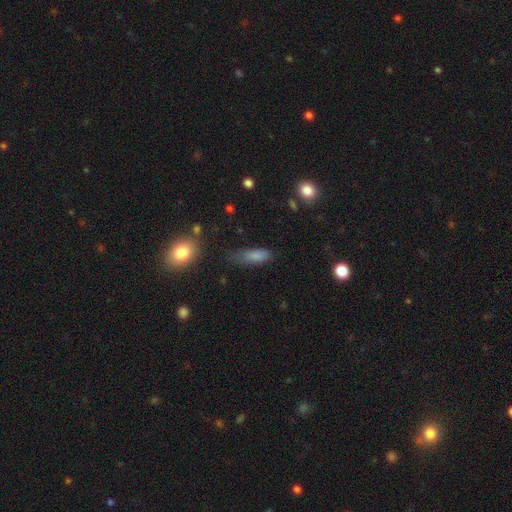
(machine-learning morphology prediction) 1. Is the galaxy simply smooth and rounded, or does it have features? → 81% smooth, 10% star or artifact, 9% featured or disk.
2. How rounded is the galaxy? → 63% in between, 34% cigar-shaped, 3% round.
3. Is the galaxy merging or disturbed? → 55% none, 32% minor disturbance, 10% major disturbance, 3% merger.